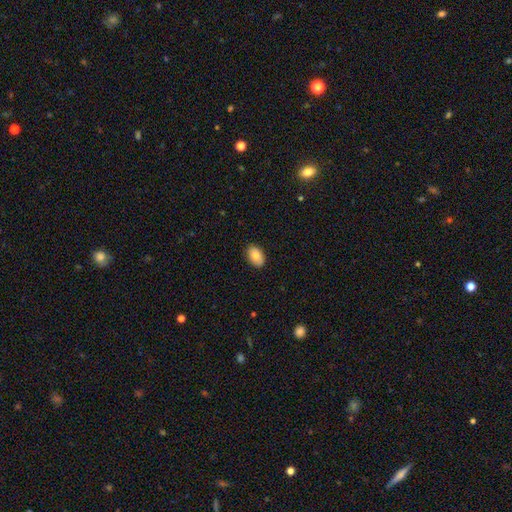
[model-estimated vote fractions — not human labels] A smooth galaxy with no disk features (85%) that is in between round and cigar-shaped (90%). Merging: none (87%).